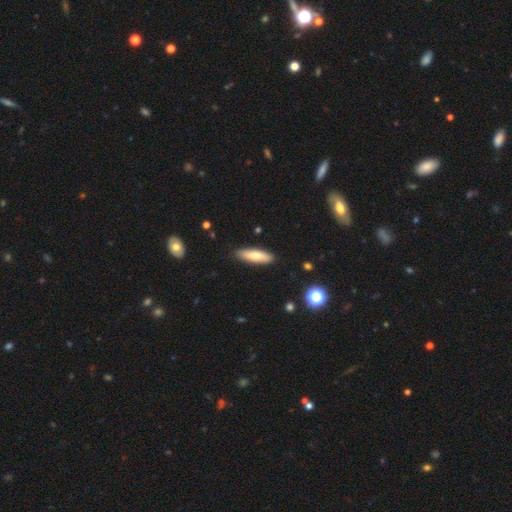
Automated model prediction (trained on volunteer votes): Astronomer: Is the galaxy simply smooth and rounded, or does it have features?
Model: smooth — 73%.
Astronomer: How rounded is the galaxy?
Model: cigar-shaped — 56% (runner-up: in between, 43%).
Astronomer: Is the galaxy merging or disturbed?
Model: none — 87%.